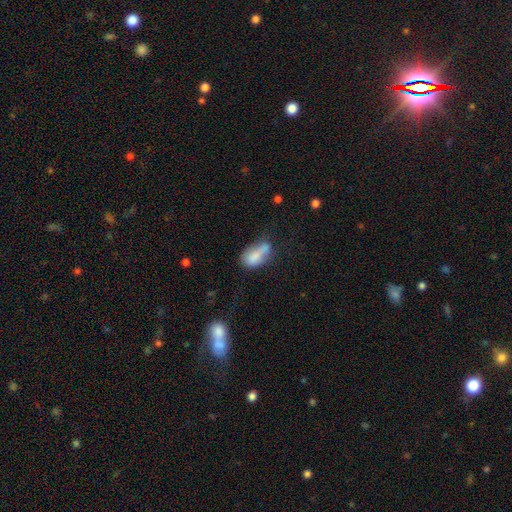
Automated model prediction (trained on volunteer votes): Smooth or featured?
  - smooth: 74% *
  - featured or disk: 17%
  - star or artifact: 9%
How rounded?
  - in between: 85% *
  - cigar-shaped: 10%
  - round: 5%
Merging?
  - none: 34% *
  - minor disturbance: 29%
  - merger: 20%
  - major disturbance: 17%